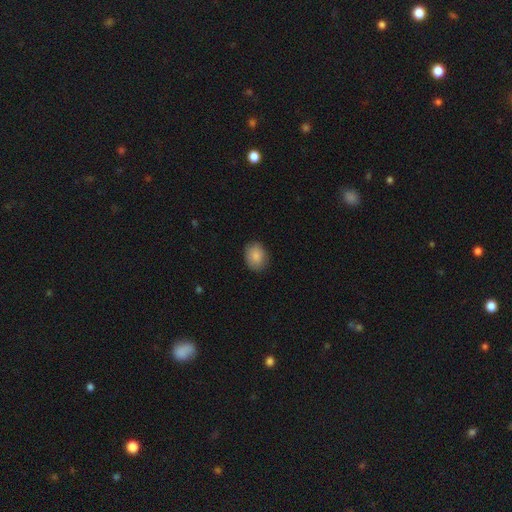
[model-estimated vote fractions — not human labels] The model was most divided on "how rounded": in between: 62%, round: 37%, cigar-shaped: 1%. More confident: smooth or featured — smooth (87%); merging — none (85%).